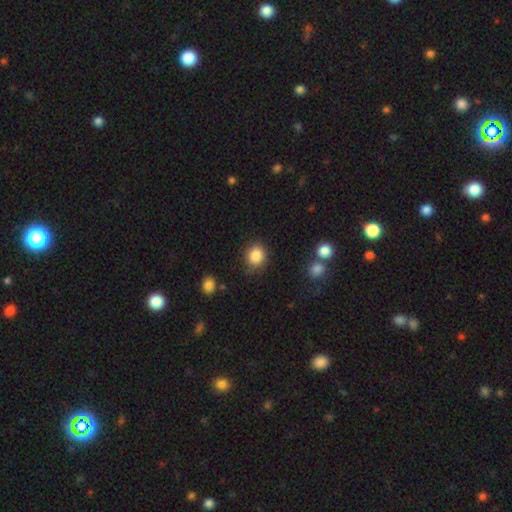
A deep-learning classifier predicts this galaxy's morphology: smooth-or-featured: smooth: 86% | star or artifact: 9% | featured or disk: 5%
  how-rounded: round: 75% | in between: 24% | cigar-shaped: 1%
  merging: none: 81% | minor disturbance: 13% | major disturbance: 4% | merger: 2%